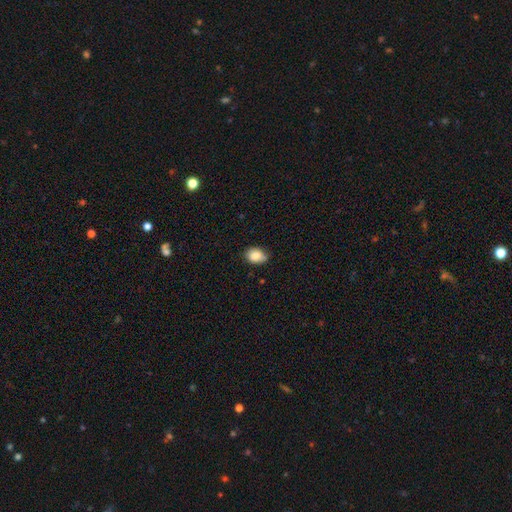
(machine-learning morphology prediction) A smooth galaxy with no disk features (86%) that is in between round and cigar-shaped (64%).

Vote fractions:
- Smooth or featured? smooth: 86% / star or artifact: 8% / featured or disk: 6%
- How rounded? in between: 64% / round: 35% / cigar-shaped: 1%
- Merging? none: 69% / minor disturbance: 26% / major disturbance: 4% / merger: 2%